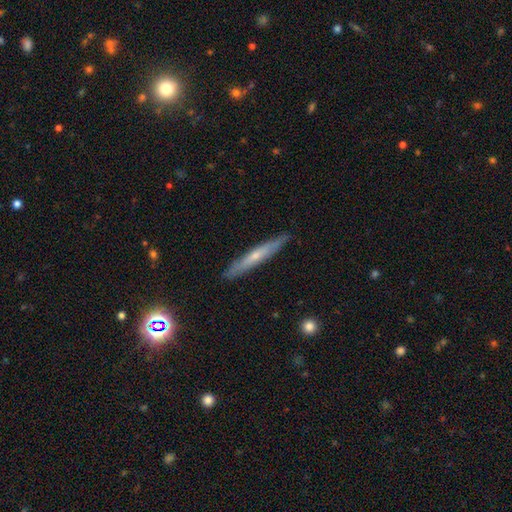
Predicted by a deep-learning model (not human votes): Q: Smooth or featured?
A: featured or disk (53%); runner-up: smooth (41%)
Q: Edge-on disk?
A: yes (90%); runner-up: no (10%)
Q: Merging?
A: none (88%); runner-up: minor disturbance (9%)